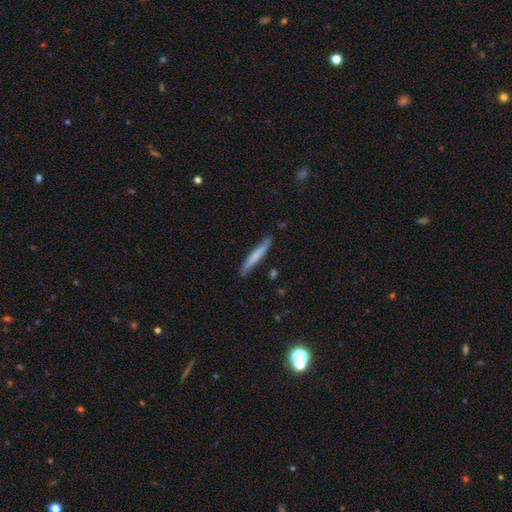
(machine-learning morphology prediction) The model was most divided on "smooth or featured": smooth: 63%, featured or disk: 32%, star or artifact: 5%. More confident: how rounded — cigar-shaped (96%); merging — none (83%).